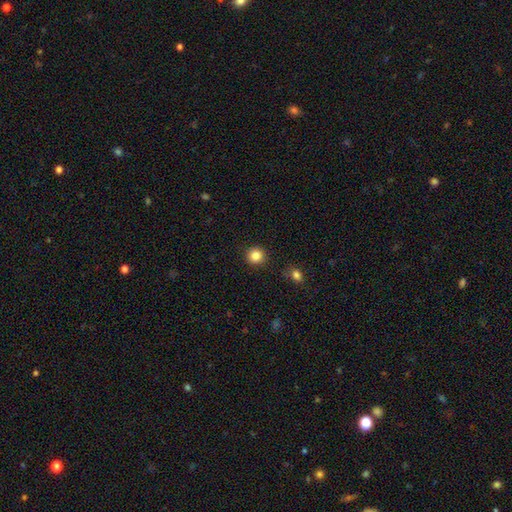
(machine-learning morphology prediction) type=smooth (85%); roundness=round (93%); merging=none (90%).